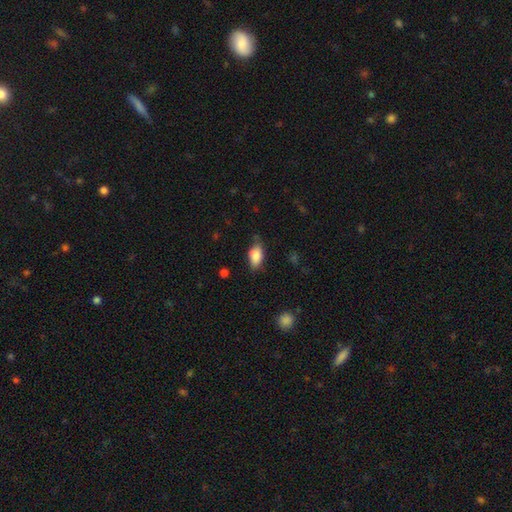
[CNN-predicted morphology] Q: Smooth or featured?
A: smooth (86%); runner-up: featured or disk (7%)
Q: How rounded?
A: in between (90%); runner-up: cigar-shaped (5%)
Q: Merging?
A: none (68%); runner-up: minor disturbance (25%)